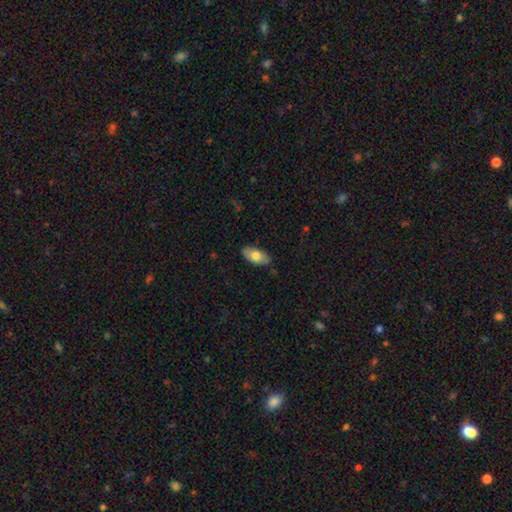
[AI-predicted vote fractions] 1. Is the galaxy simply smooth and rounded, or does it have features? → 74% smooth, 19% featured or disk, 6% star or artifact.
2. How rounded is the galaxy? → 93% in between, 4% cigar-shaped, 3% round.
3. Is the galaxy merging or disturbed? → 84% none, 12% minor disturbance, 2% major disturbance, 1% merger.